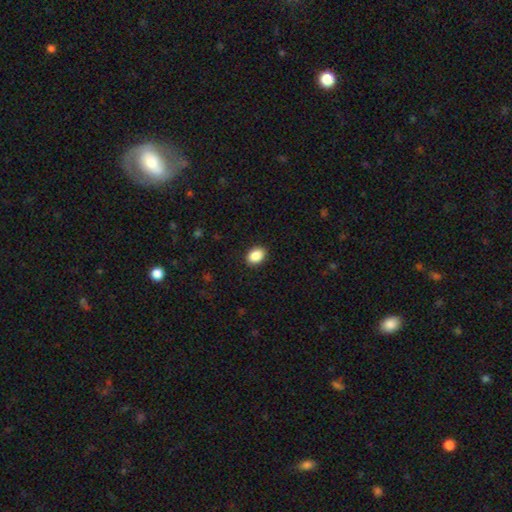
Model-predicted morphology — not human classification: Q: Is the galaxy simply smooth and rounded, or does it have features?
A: smooth — 89%.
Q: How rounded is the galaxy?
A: in between — 73%.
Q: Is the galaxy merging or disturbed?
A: none — 90%.